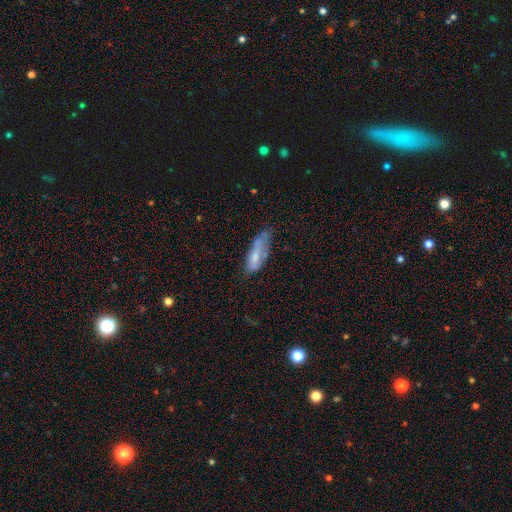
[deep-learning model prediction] This appears to be a smooth galaxy with no disk features (59%) that is in between round and cigar-shaped (61%). Merging: none (38%).